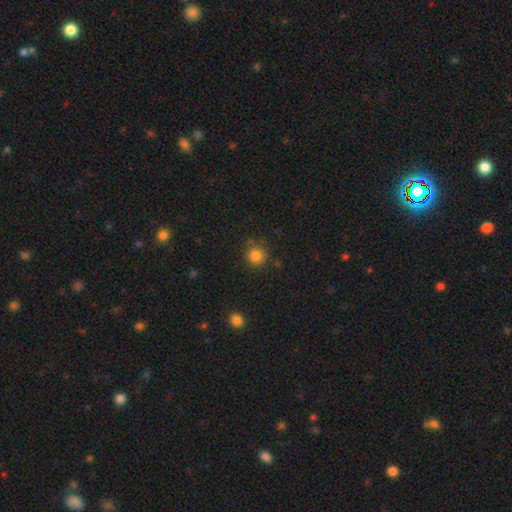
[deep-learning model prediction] The model was most divided on "smooth or featured": smooth: 83%, star or artifact: 12%, featured or disk: 5%. More confident: how rounded — round (93%); merging — none (82%).